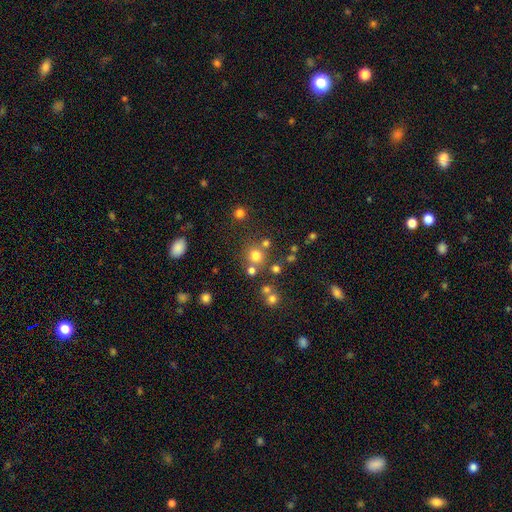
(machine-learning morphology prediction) Overall: smooth (73%). How rounded: round (89%). Merging: none (72%).